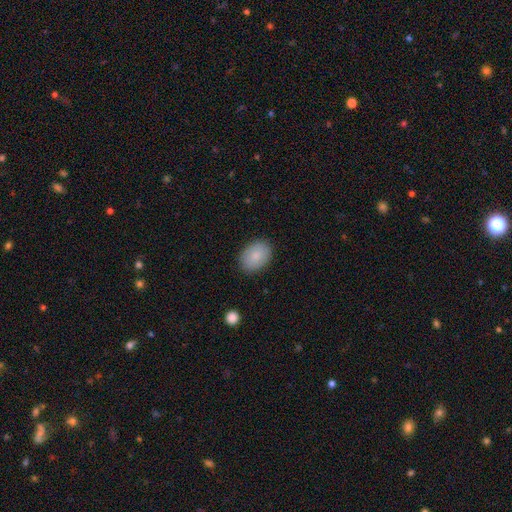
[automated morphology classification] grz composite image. It shows a smooth galaxy with no disk features (85%) that is in between round and cigar-shaped (75%). Merging: none (86%).